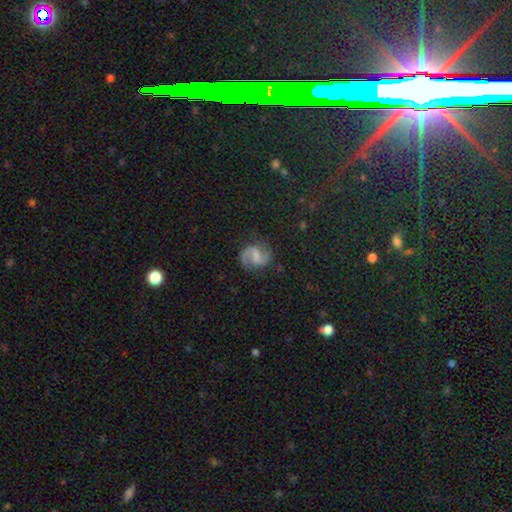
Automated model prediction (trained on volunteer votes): Overall: featured or disk (83%). Edge-on disk: no (98%). Bar: weak (52%; no 24%). Spiral arms: yes (97%). Spiral arm count: 2 (93%). Spiral winding: medium (55%; loose 31%). Bulge size: none (46%; small 24%). Merging: none (81%).